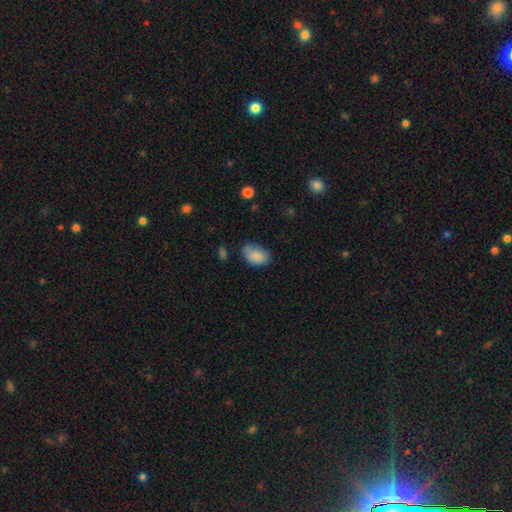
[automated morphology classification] Q: Smooth or featured?
A: smooth (84%); runner-up: featured or disk (8%)
Q: How rounded?
A: in between (89%); runner-up: round (10%)
Q: Merging?
A: none (61%); runner-up: minor disturbance (29%)